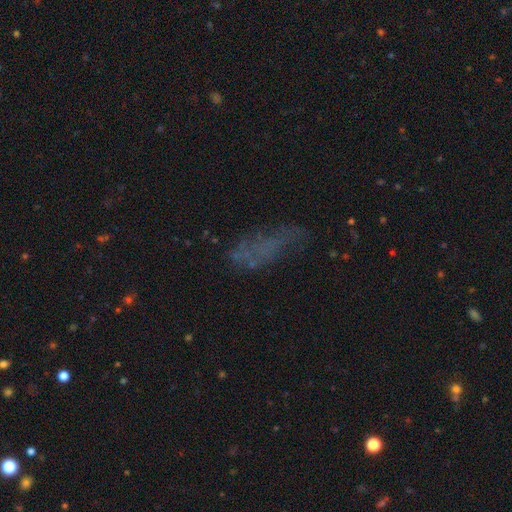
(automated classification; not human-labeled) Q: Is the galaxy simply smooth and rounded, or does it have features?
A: smooth — 44%.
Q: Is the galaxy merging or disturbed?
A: none — 50%.